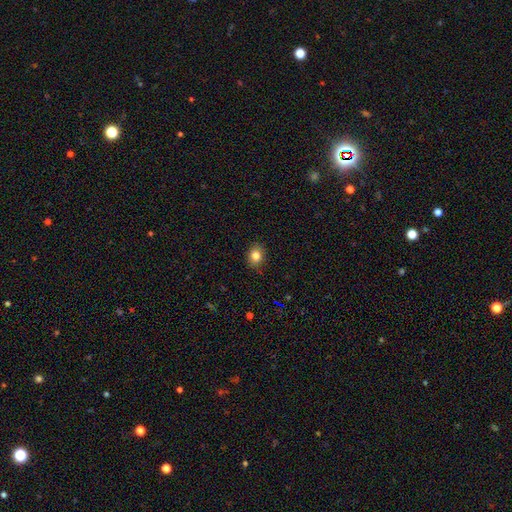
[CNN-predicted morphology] This is clearly a smooth galaxy (83%). How rounded: possibly round (51%). Merging: clearly none (88%).